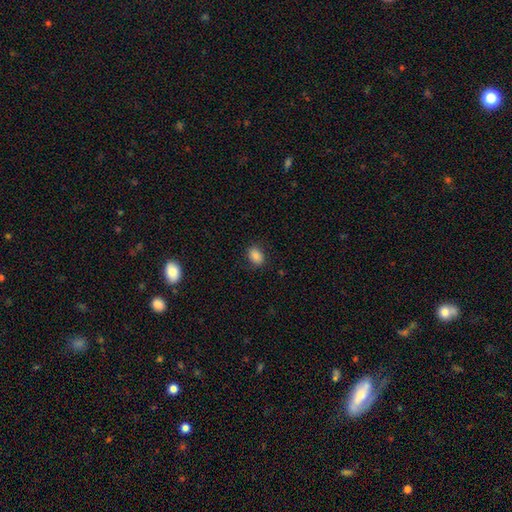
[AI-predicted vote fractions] Morphology: type=smooth (84%); roundness=in between (72%); merging=none (85%).